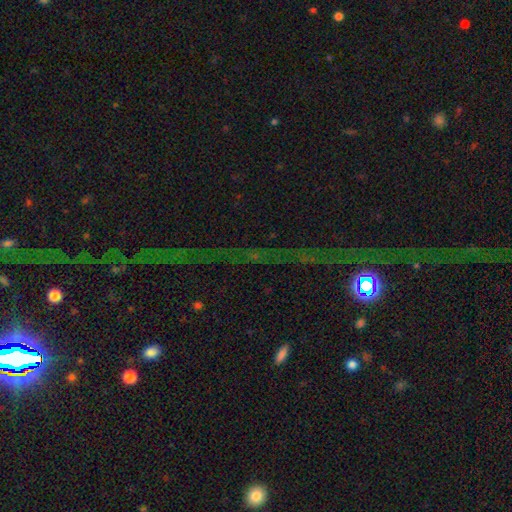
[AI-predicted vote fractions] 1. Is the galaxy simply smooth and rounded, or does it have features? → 76% star or artifact, 14% featured or disk, 10% smooth.